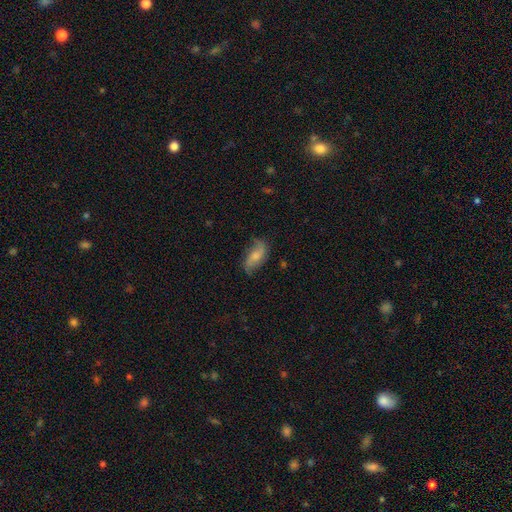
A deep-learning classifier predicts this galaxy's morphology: Smooth or featured? Predicted: featured or disk (p=0.57). Edge-on disk? Predicted: no (p=0.93). Bar? Predicted: no (p=0.58). Spiral arms? Predicted: yes (p=0.89). Bulge size? Predicted: small (p=0.41). Merging? Predicted: none (p=0.67).